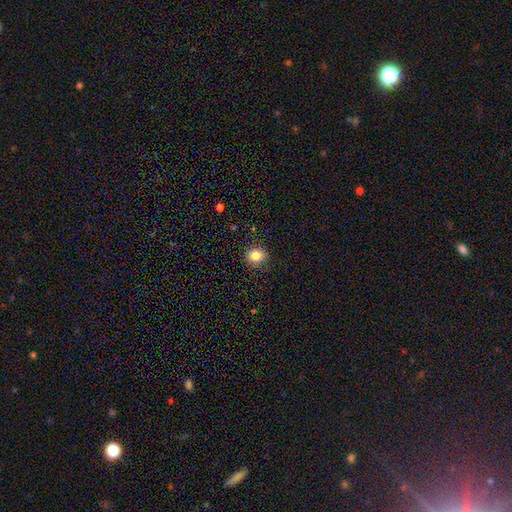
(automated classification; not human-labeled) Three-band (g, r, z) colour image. It shows a smooth galaxy with no disk features (84%) that is round (88%). Merging: none (91%).